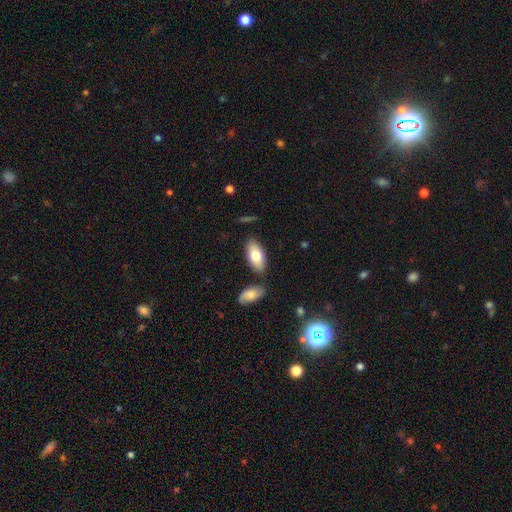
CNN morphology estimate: The model was most divided on "smooth or featured": smooth: 77%, featured or disk: 17%, star or artifact: 6%. More confident: how rounded — in between (92%); merging — none (80%).